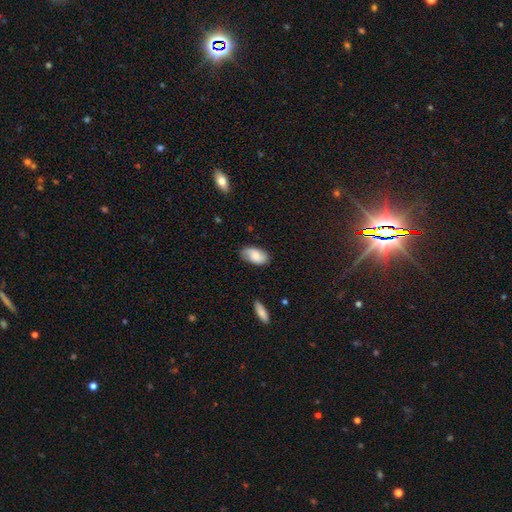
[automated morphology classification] smooth-or-featured: smooth: 64% | featured or disk: 29% | star or artifact: 7%
  how-rounded: in between: 93% | round: 5% | cigar-shaped: 2%
  merging: none: 75% | minor disturbance: 20% | major disturbance: 4% | merger: 2%